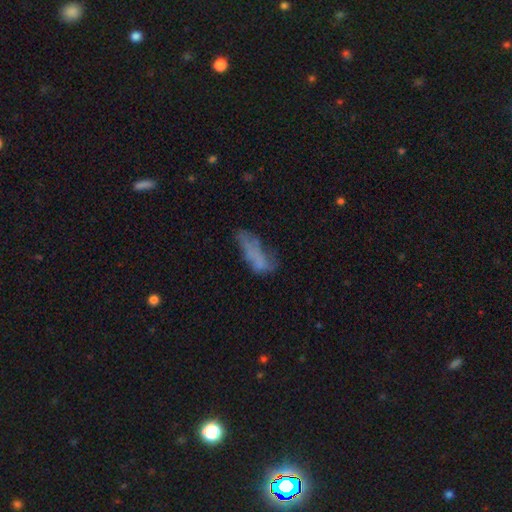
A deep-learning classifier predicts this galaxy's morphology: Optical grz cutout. It shows a smooth galaxy with no disk features (57%) that is in between round and cigar-shaped (58%). Merging: none (36%).